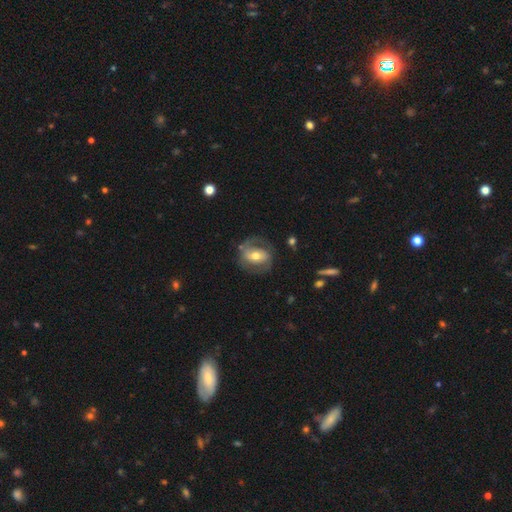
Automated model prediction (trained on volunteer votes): This is likely a featured or disk galaxy (67%). It is clearly not viewed edge-on (95%). Bar: marginally weak (38%). Spiral arm pattern: likely yes (74%). Central bulge: likely moderate (69%). Merging: likely none (68%).